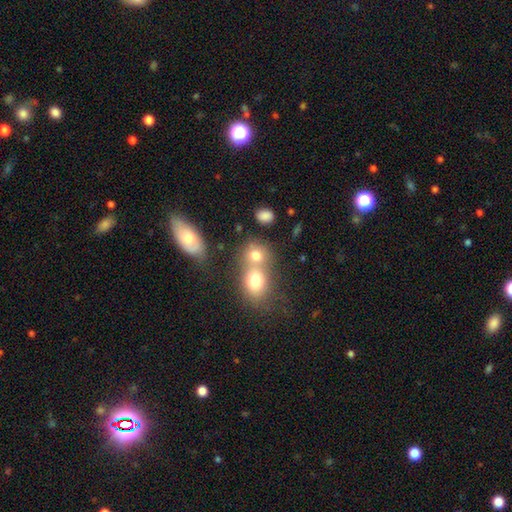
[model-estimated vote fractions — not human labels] This appears to be a smooth galaxy with no disk features (74%) that is round (66%). Merging: merger (54%).